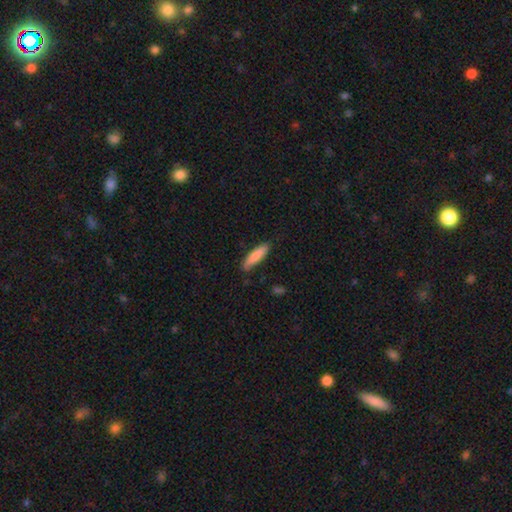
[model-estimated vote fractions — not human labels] Overall: smooth (83%). How rounded: cigar-shaped (74%). Merging: none (82%).